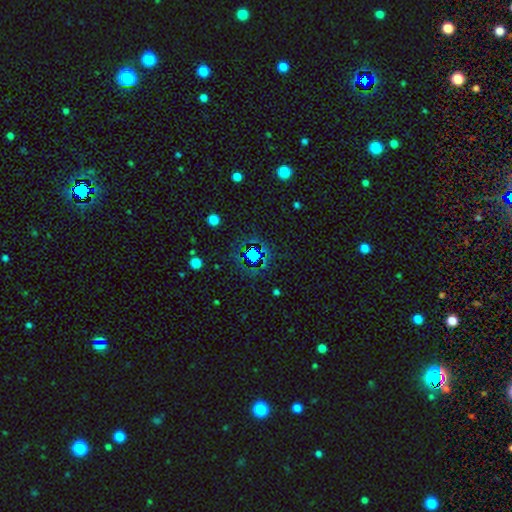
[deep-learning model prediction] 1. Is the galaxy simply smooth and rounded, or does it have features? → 66% star or artifact, 23% smooth, 11% featured or disk.